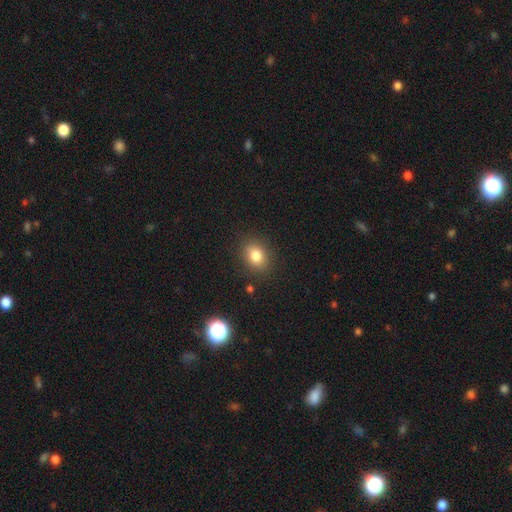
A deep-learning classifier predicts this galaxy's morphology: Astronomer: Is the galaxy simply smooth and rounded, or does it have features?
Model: smooth — 81%.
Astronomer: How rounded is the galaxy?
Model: in between — 54% (runner-up: round, 45%).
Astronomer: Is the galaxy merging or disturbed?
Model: none — 85%.